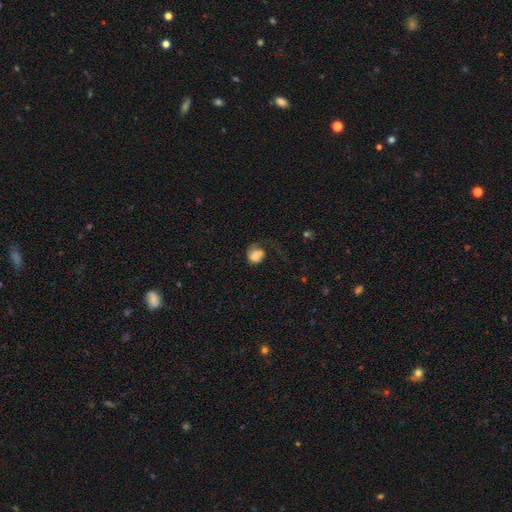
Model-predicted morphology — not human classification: This is possibly a smooth galaxy (59%). How rounded: likely round (66%). Merging: marginally major disturbance (38%).